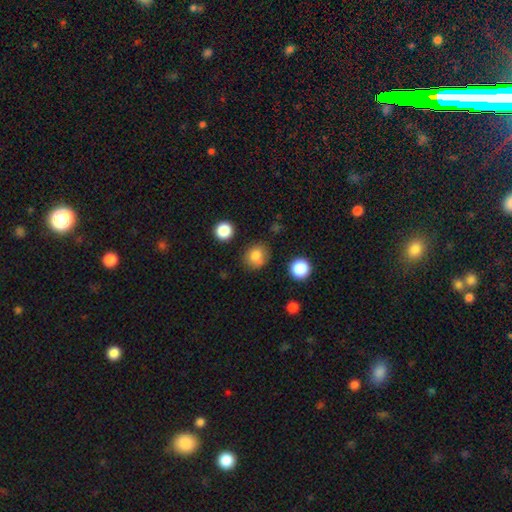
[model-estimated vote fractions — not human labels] Smooth or featured: smooth — 81% (star or artifact — 12%)
How rounded: round — 74% (in between — 25%)
Merging: none — 78% (minor disturbance — 14%)